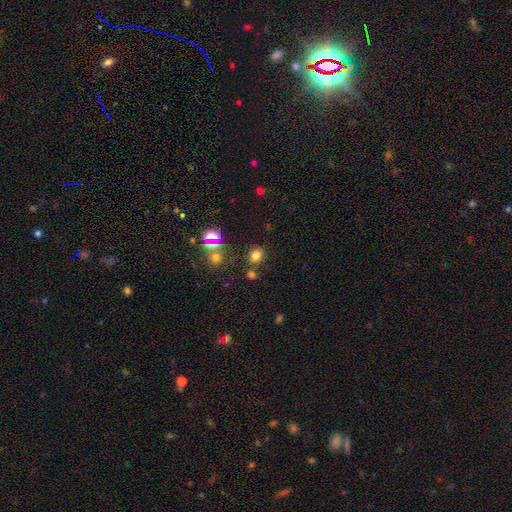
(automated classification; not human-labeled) The model was most divided on "how rounded": round: 61%, in between: 38%, cigar-shaped: 1%. More confident: merging — none (79%); smooth or featured — smooth (74%).